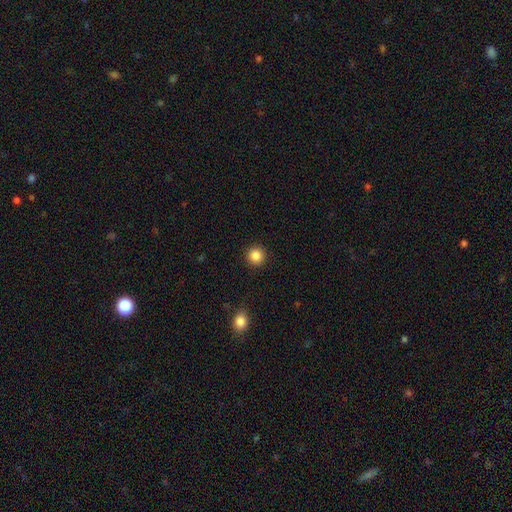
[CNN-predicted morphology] smooth-or-featured: smooth: 86% | star or artifact: 10% | featured or disk: 4%
  how-rounded: round: 95% | in between: 4% | cigar-shaped: 1%
  merging: none: 92% | minor disturbance: 5% | major disturbance: 2% | merger: 1%